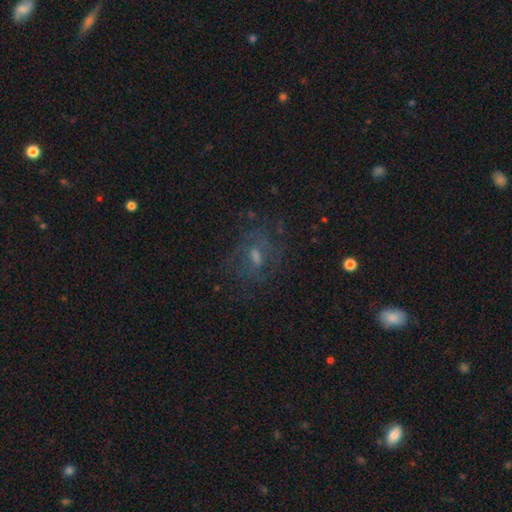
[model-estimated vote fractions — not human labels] The model was most divided on "smooth or featured": featured or disk: 49%, smooth: 32%, star or artifact: 19%. More confident: merging — none (61%).